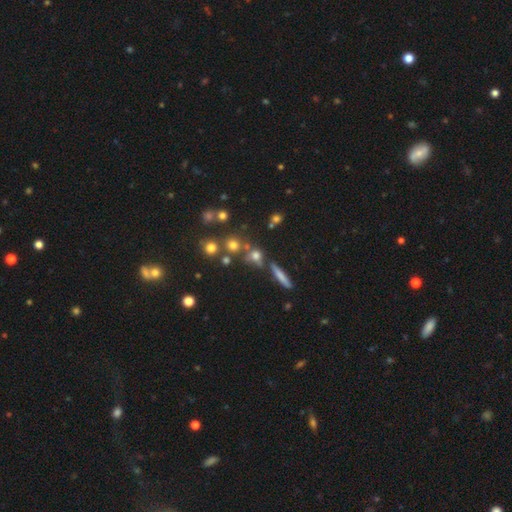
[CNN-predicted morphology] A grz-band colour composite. It shows a smooth galaxy with no disk features (66%) that is round (78%). Merging: none (61%).